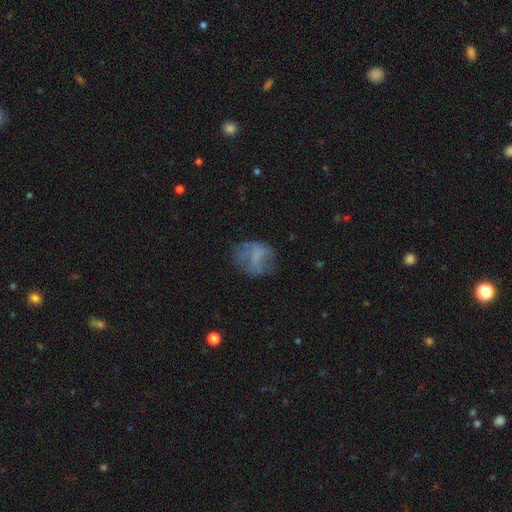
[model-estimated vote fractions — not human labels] Morphology: type=smooth (47%); merging=none (56%).